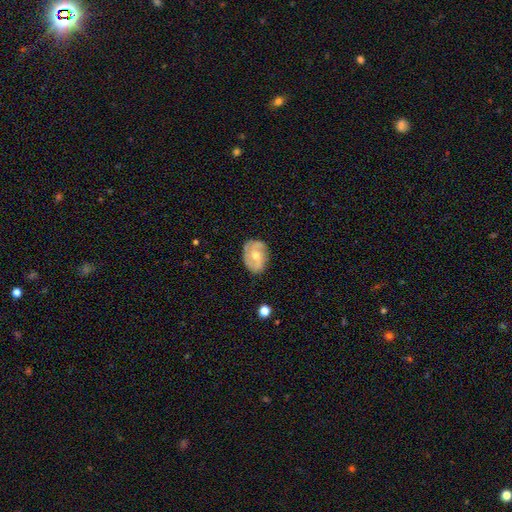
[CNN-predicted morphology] Smooth or featured: featured or disk — 67% (smooth — 26%)
Edge-on disk: no — 97% (yes — 3%)
Bar: no — 62% (weak — 33%)
Spiral arms: yes — 86% (no — 14%)
Spiral winding: medium — 42% (tight — 39%)
Spiral arm count: 2 — 55% (can't tell — 20%)
Bulge size: moderate — 56% (small — 39%)
Merging: none — 70% (minor disturbance — 22%)